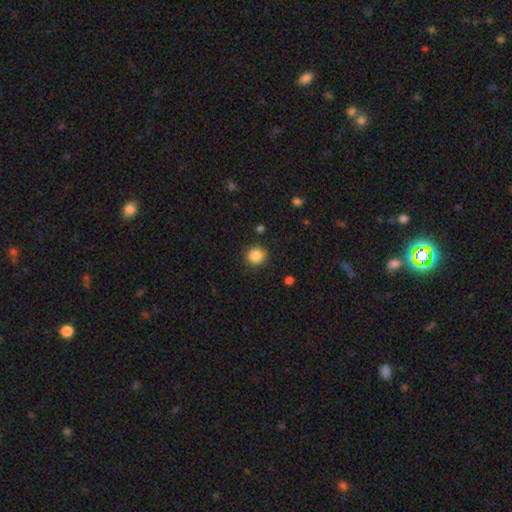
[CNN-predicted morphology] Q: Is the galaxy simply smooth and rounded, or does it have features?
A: smooth — 86%.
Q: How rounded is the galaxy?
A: round — 92%.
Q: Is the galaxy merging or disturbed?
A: none — 88%.